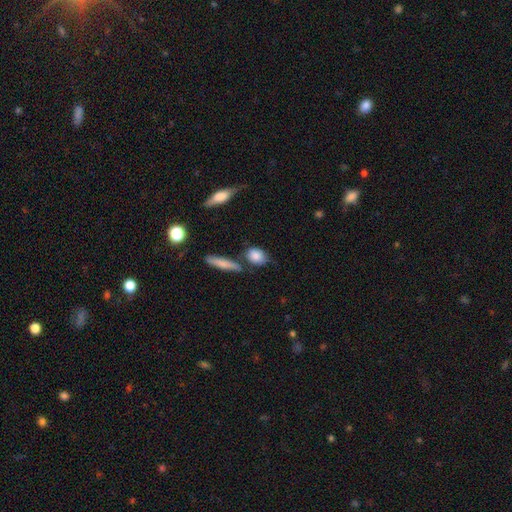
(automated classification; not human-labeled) Smooth or featured? smooth (84%)
How rounded? in between (60%)
Merging? none (65%)